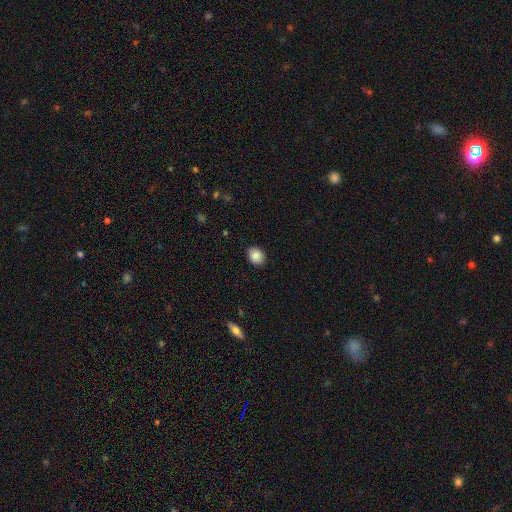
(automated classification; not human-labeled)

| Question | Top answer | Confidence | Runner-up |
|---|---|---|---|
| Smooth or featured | smooth | 88% | star or artifact (8%) |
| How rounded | round | 52% | in between (47%) |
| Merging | none | 87% | minor disturbance (10%) |